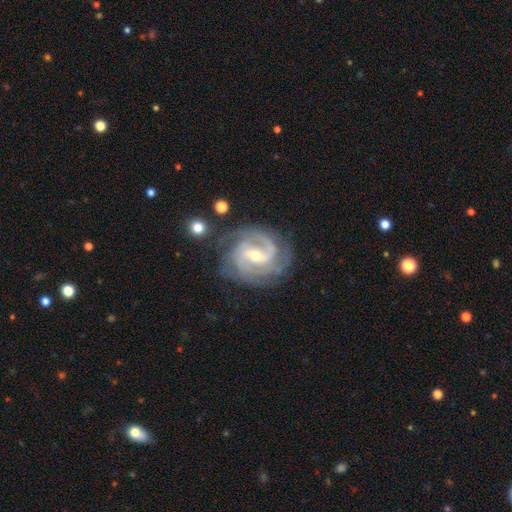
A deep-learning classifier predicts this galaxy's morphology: Smooth or featured?
  - featured or disk: 92% *
  - star or artifact: 5%
  - smooth: 4%
Edge-on disk?
  - no: 97% *
  - yes: 3%
Bar?
  - weak: 49% *
  - strong: 30%
  - no: 21%
Spiral arms?
  - yes: 98% *
  - no: 2%
Spiral winding?
  - tight: 52% *
  - medium: 41%
  - loose: 7%
Spiral arm count?
  - 3: 36% *
  - 2: 30%
  - 4: 14%
  - can't tell: 11%
  - more than 4: 5%
  - 1: 5%
Bulge size?
  - small: 54% *
  - moderate: 43%
  - large: 1%
  - none: 1%
  - dominant: 1%
Merging?
  - none: 77% *
  - minor disturbance: 16%
  - major disturbance: 6%
  - merger: 2%